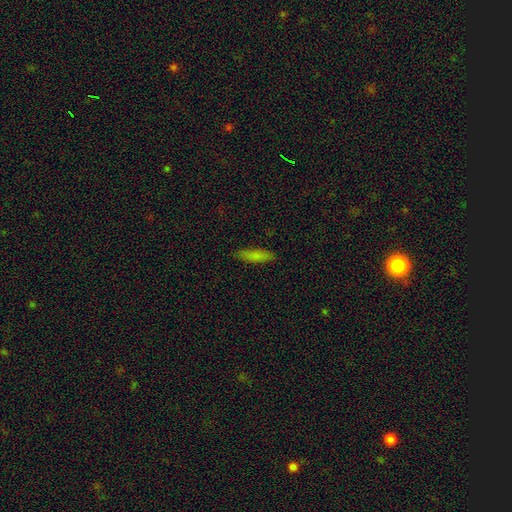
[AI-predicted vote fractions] smooth 79%, featured or disk 13%, star or artifact 8%. Down the decision tree: how rounded — cigar-shaped (67%); merging — none (87%).